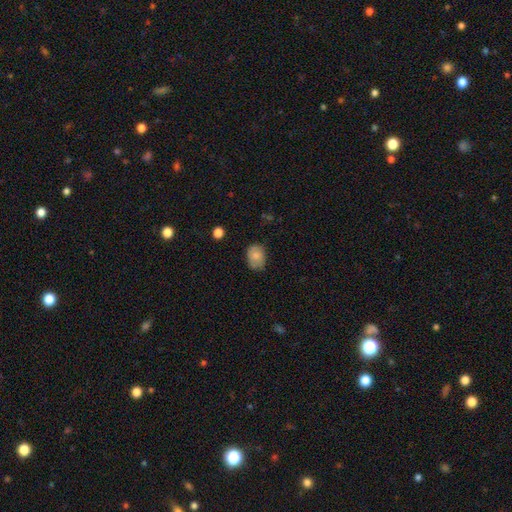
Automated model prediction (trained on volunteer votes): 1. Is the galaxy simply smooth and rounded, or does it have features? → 82% smooth, 10% featured or disk, 8% star or artifact.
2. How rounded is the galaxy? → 70% in between, 29% round, 1% cigar-shaped.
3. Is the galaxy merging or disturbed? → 72% none, 23% minor disturbance, 4% major disturbance, 1% merger.